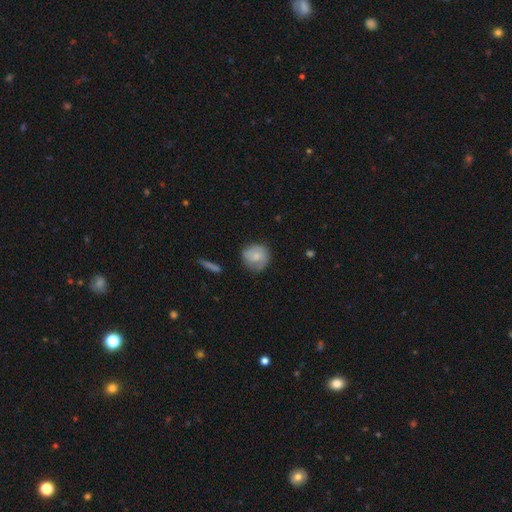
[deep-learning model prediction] smooth_or_featured: smooth (p=0.65) [alt: featured or disk p=0.28]
how_rounded: round (p=0.85) [alt: in between p=0.14]
merging: none (p=0.65) [alt: minor disturbance p=0.26]